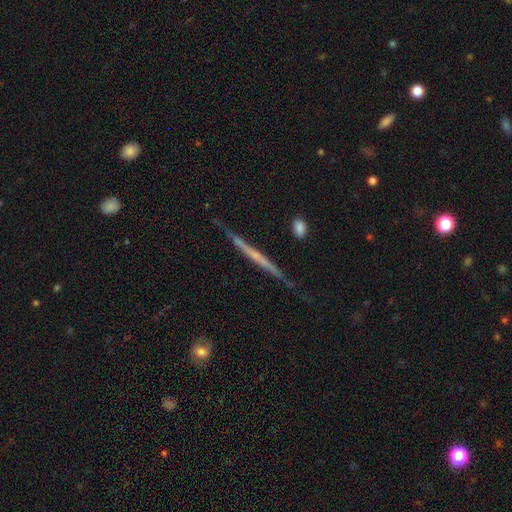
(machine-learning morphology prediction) Smooth or featured? Predicted: featured or disk (p=0.70). Edge-on disk? Predicted: yes (p=0.97). Edge-on bulge? Predicted: none (p=0.71). Merging? Predicted: none (p=0.83).